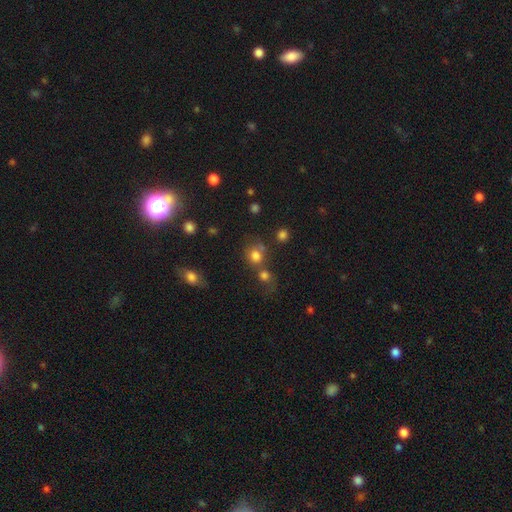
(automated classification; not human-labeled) The model was most divided on "merging": none: 51%, merger: 31%, minor disturbance: 11%, major disturbance: 7%. More confident: how rounded — round (79%); smooth or featured — smooth (76%).